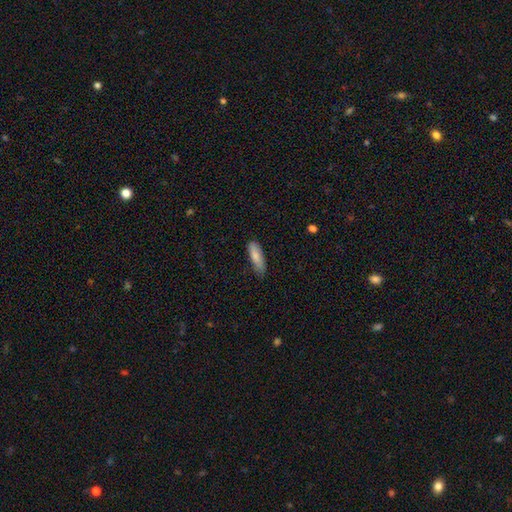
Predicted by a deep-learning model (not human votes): Smooth or featured? Predicted: smooth (p=0.80). How rounded? Predicted: cigar-shaped (p=0.50). Merging? Predicted: none (p=0.75).